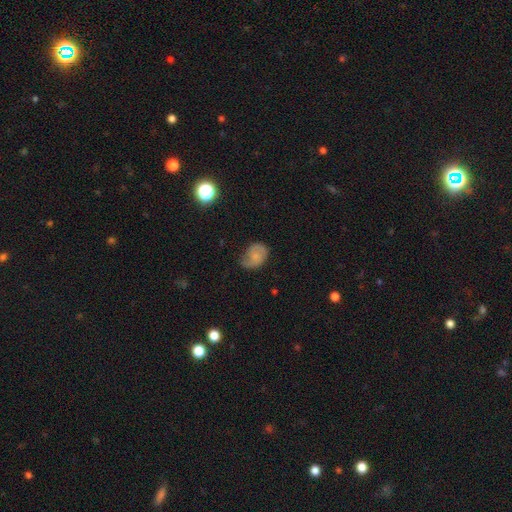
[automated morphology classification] smooth 48%, featured or disk 43%, star or artifact 9%. Down the decision tree: merging — none (51%).